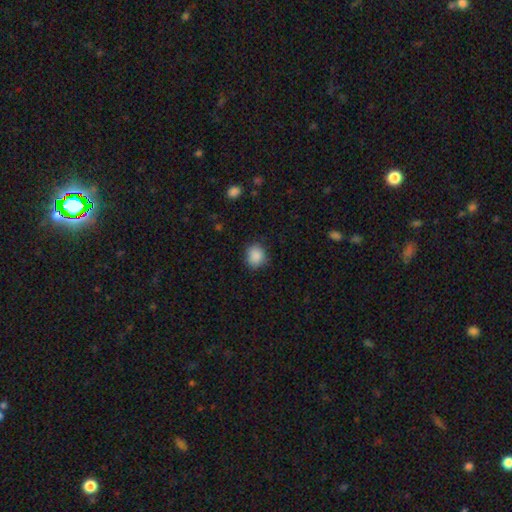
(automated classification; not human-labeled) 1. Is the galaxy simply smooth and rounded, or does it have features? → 88% smooth, 9% star or artifact, 3% featured or disk.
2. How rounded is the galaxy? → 72% round, 27% in between, 1% cigar-shaped.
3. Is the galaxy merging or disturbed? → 83% none, 12% minor disturbance, 3% major disturbance, 1% merger.